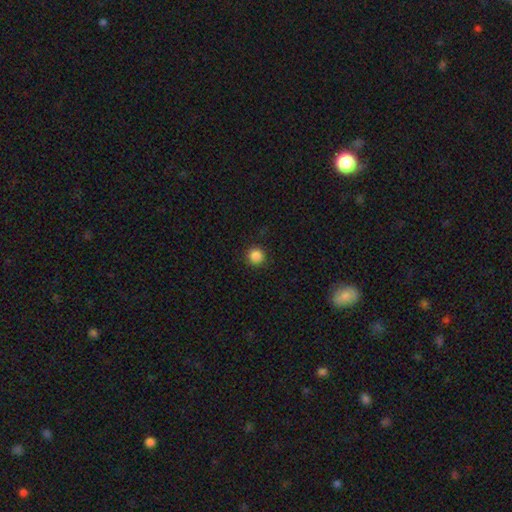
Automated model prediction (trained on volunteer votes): A smooth galaxy with no disk features (87%) that is round (94%). Merging: none (91%).